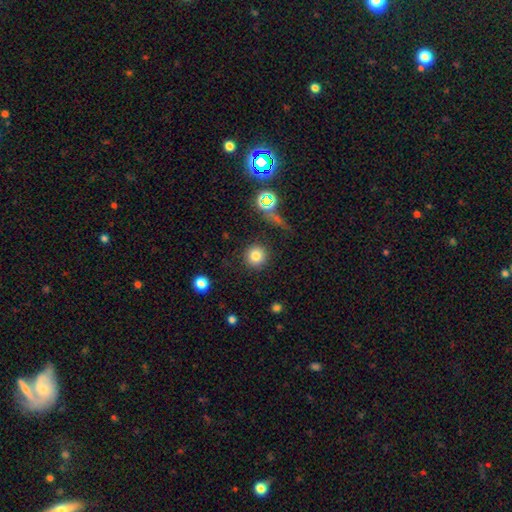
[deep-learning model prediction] smooth_or_featured: smooth (p=0.80) [alt: star or artifact p=0.13]
how_rounded: round (p=0.94) [alt: in between p=0.05]
merging: none (p=0.87) [alt: minor disturbance p=0.07]